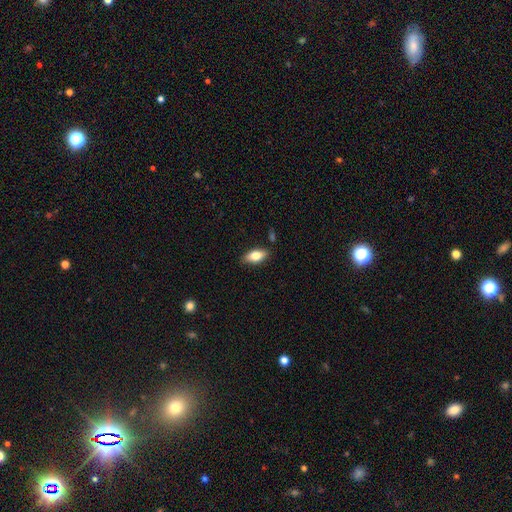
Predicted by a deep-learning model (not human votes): Q: Smooth or featured?
A: smooth (76%); runner-up: featured or disk (17%)
Q: How rounded?
A: in between (87%); runner-up: cigar-shaped (10%)
Q: Merging?
A: none (83%); runner-up: minor disturbance (12%)